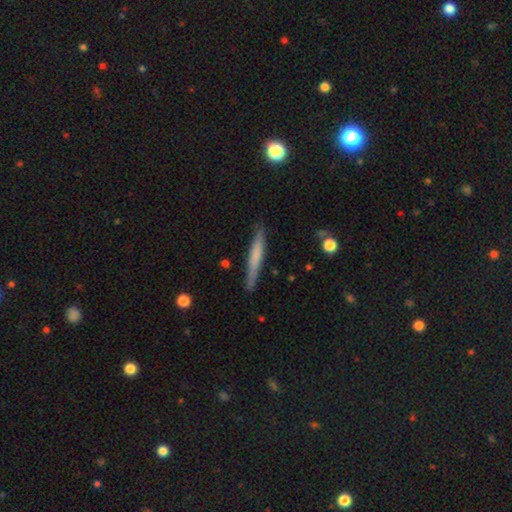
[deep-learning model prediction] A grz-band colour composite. It shows a smooth galaxy with no disk features (58%) that is cigar-shaped (95%). Merging: none (84%).